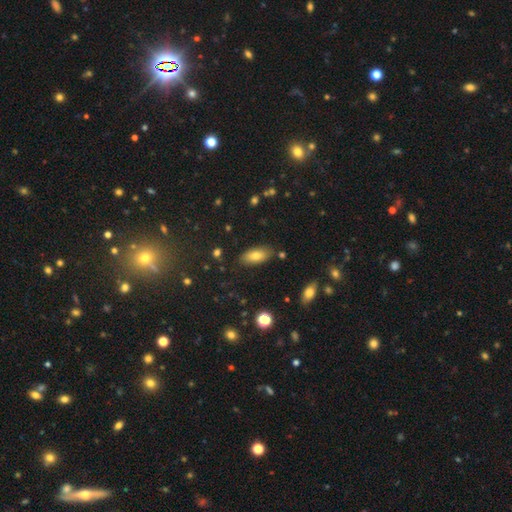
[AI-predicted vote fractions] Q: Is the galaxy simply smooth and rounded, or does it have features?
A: smooth — 75%.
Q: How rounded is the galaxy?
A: in between — 88%.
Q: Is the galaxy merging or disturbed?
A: none — 84%.